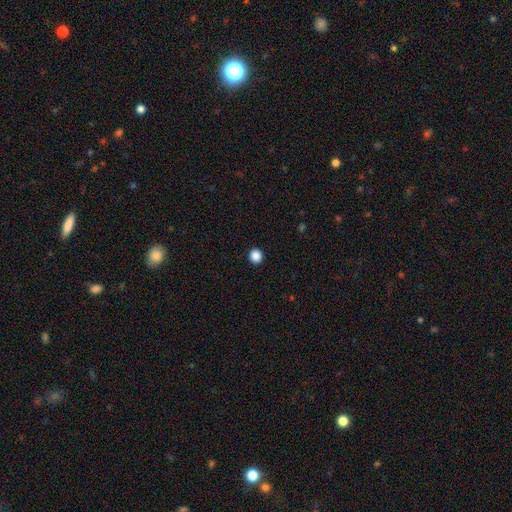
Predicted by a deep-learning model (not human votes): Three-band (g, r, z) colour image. It shows a smooth galaxy with no disk features (87%) that is round (92%). Merging: none (94%).